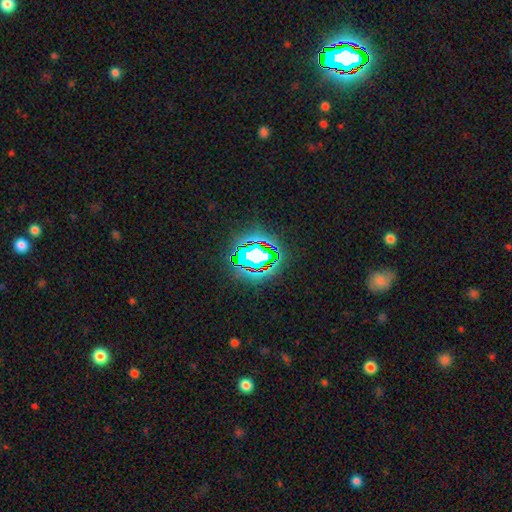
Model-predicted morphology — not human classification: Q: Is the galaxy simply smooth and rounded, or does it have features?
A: star or artifact — 64%.